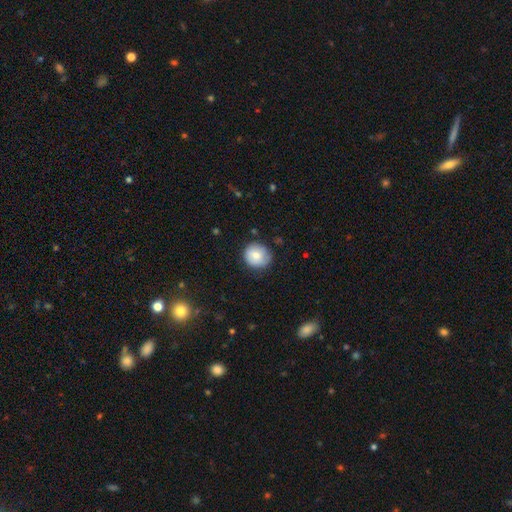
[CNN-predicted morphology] A smooth galaxy with no disk features (76%) that is round (87%).

Vote fractions:
- Smooth or featured? smooth: 76% / featured or disk: 16% / star or artifact: 8%
- How rounded? round: 87% / in between: 12% / cigar-shaped: 1%
- Merging? none: 76% / minor disturbance: 18% / major disturbance: 4% / merger: 1%